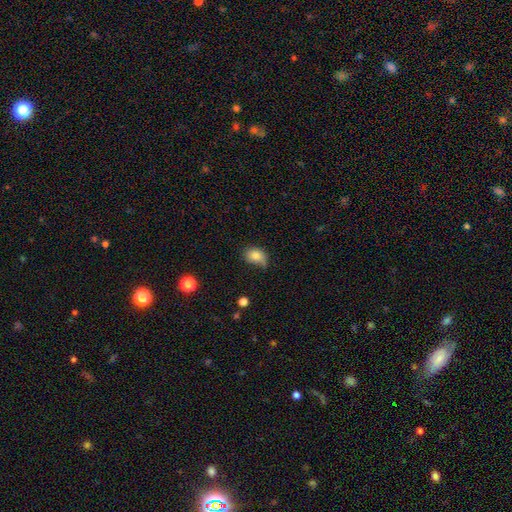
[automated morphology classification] Smooth or featured? Predicted: smooth (p=0.81). How rounded? Predicted: in between (p=0.73). Merging? Predicted: none (p=0.49).